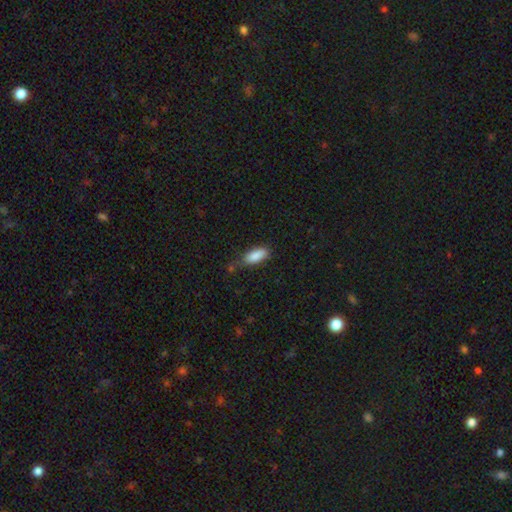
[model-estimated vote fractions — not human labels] smooth 87%, star or artifact 7%, featured or disk 6%. Down the decision tree: how rounded — in between (82%); merging — none (64%).